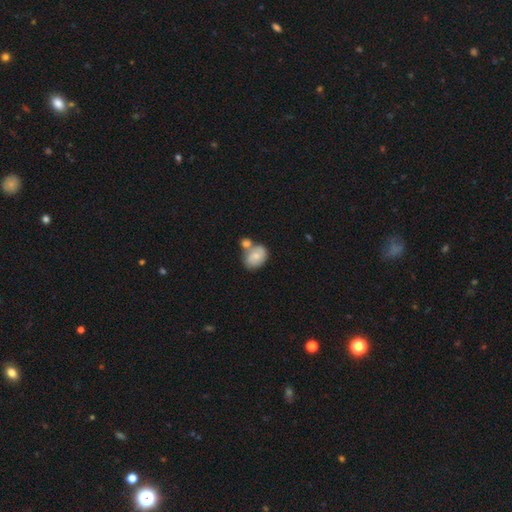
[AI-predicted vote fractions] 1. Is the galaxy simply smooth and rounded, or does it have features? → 72% smooth, 21% featured or disk, 7% star or artifact.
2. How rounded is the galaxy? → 69% in between, 30% round, 1% cigar-shaped.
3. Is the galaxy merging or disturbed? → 41% merger, 39% none, 15% minor disturbance, 5% major disturbance.